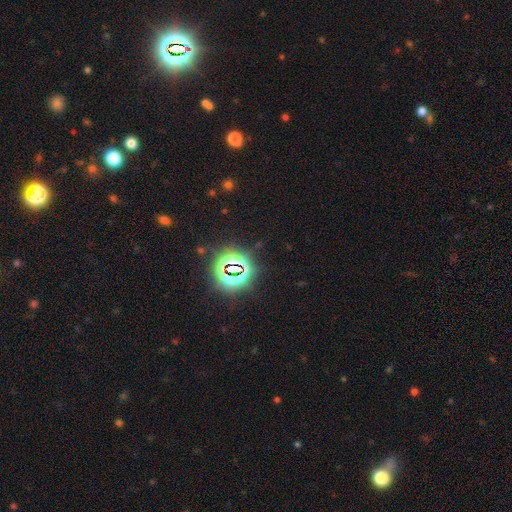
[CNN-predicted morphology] type=star or artifact (80%).